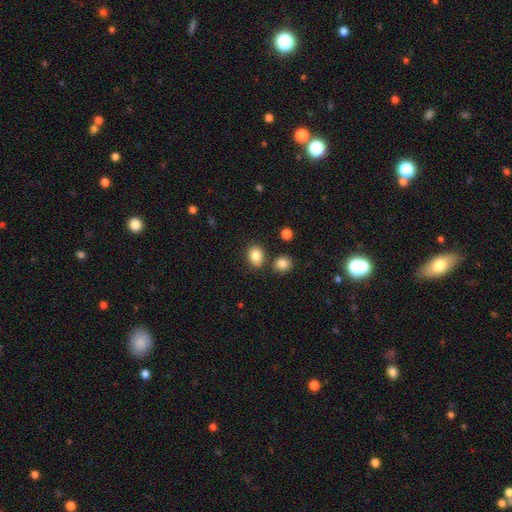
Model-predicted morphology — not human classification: smooth 85%, star or artifact 10%, featured or disk 6%. Down the decision tree: how rounded — in between (55%); merging — none (78%).